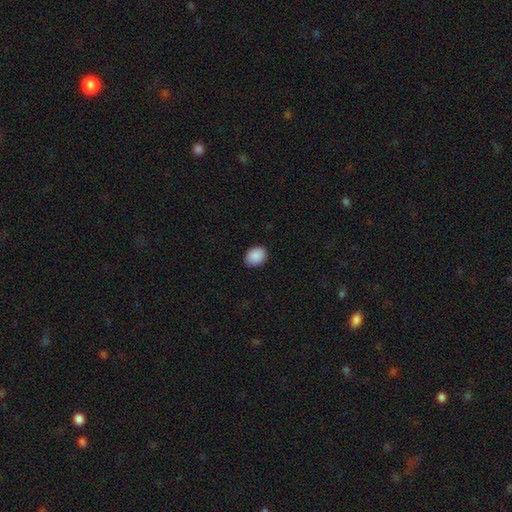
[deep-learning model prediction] smooth 90%, star or artifact 7%, featured or disk 2%. Down the decision tree: how rounded — in between (58%); merging — none (87%).